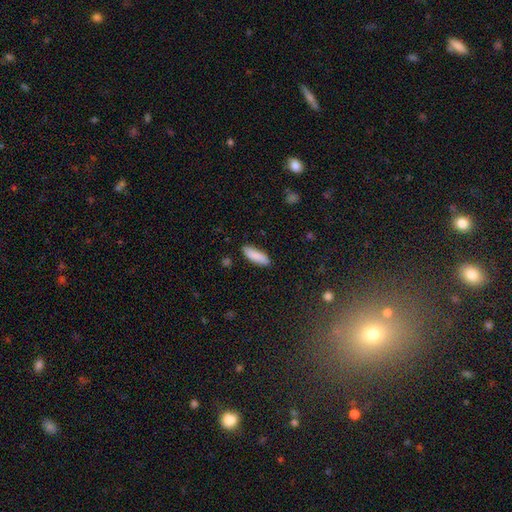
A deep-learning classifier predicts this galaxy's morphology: smooth_or_featured: smooth (p=0.88) [alt: featured or disk p=0.06]
how_rounded: in between (p=0.55) [alt: cigar-shaped p=0.44]
merging: none (p=0.87) [alt: minor disturbance p=0.10]